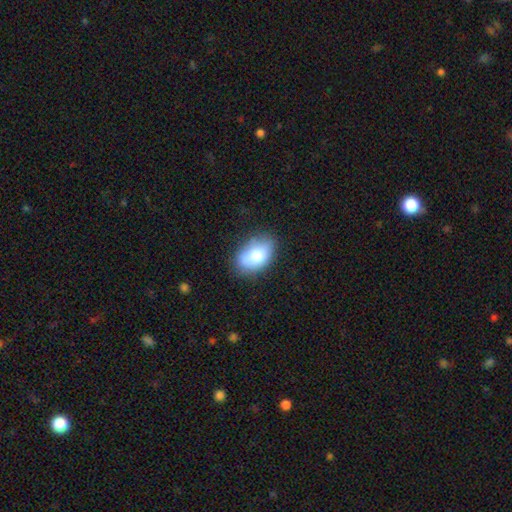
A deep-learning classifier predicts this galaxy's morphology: Smooth or featured? Predicted: smooth (p=0.81). How rounded? Predicted: in between (p=0.90). Merging? Predicted: none (p=0.70).